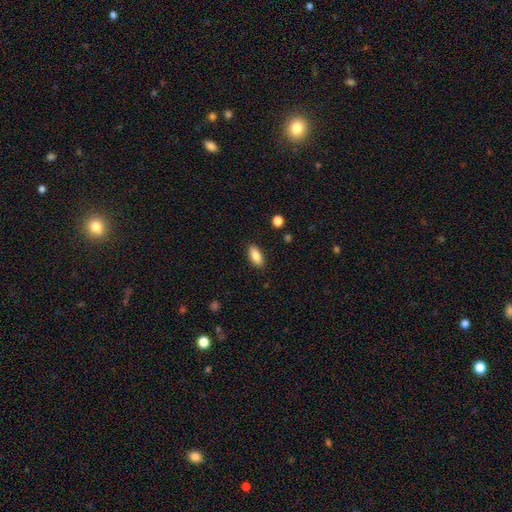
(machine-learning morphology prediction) smooth-or-featured: smooth: 85% | featured or disk: 8% | star or artifact: 7%
  how-rounded: in between: 87% | cigar-shaped: 11% | round: 3%
  merging: none: 88% | minor disturbance: 9% | major disturbance: 2% | merger: 1%